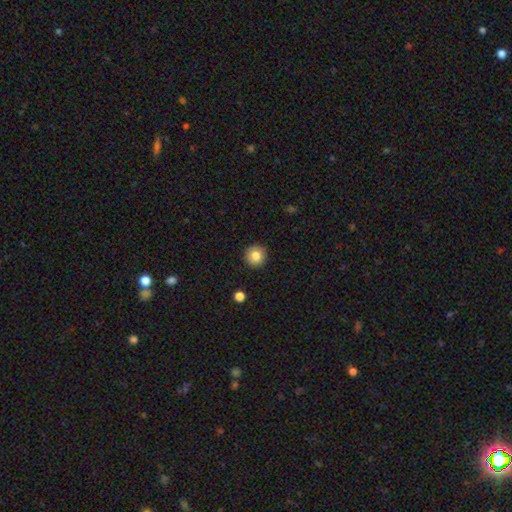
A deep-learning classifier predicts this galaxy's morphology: Overall: smooth (83%). How rounded: round (95%). Merging: none (91%).